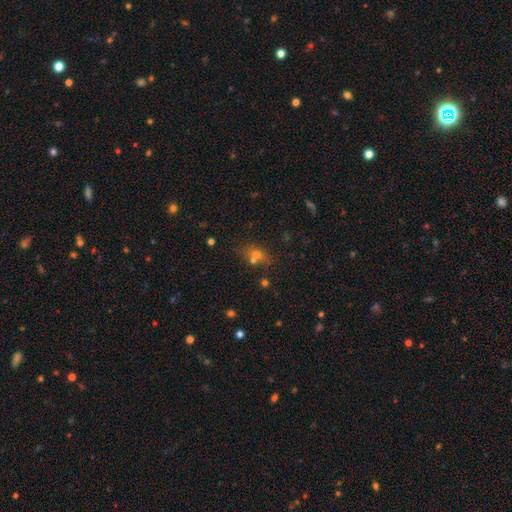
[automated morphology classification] The model was most divided on "how rounded": in between: 52%, round: 43%, cigar-shaped: 5%. More confident: smooth or featured — smooth (60%); merging — none (53%).